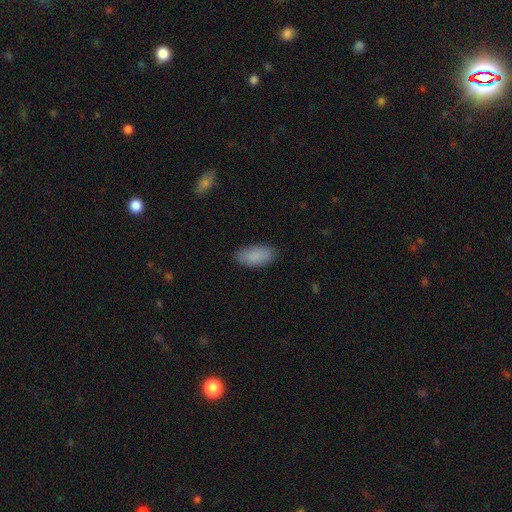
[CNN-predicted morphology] Smooth or featured? Predicted: smooth (p=0.89). How rounded? Predicted: in between (p=0.93). Merging? Predicted: none (p=0.85).